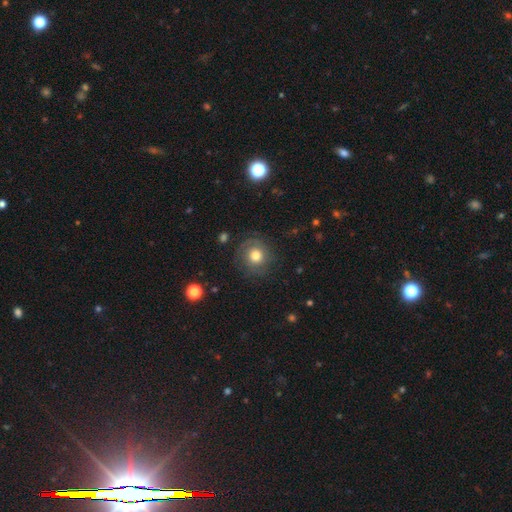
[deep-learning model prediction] This is possibly a smooth galaxy (53%). How rounded: clearly round (90%). Merging: likely none (79%).